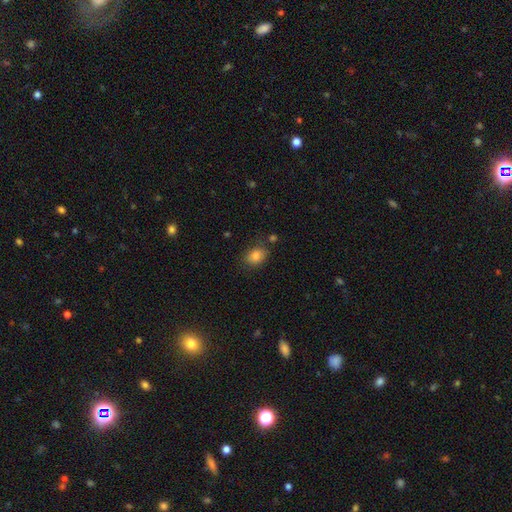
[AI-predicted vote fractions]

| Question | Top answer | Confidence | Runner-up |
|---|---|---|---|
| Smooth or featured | smooth | 82% | star or artifact (10%) |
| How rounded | in between | 61% | round (38%) |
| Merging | none | 77% | minor disturbance (16%) |